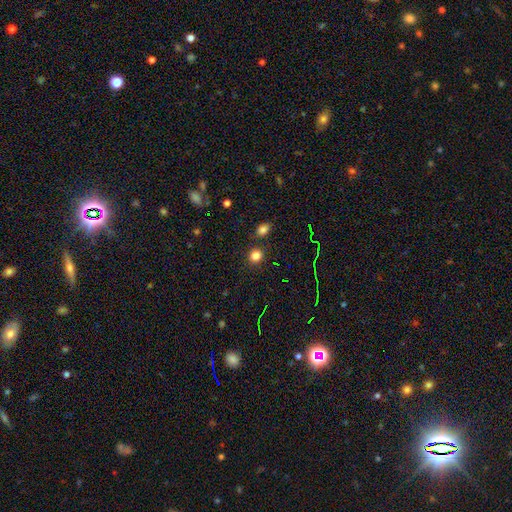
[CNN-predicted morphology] The model was most divided on "smooth or featured": smooth: 81%, star or artifact: 14%, featured or disk: 5%. More confident: how rounded — round (83%); merging — none (82%).